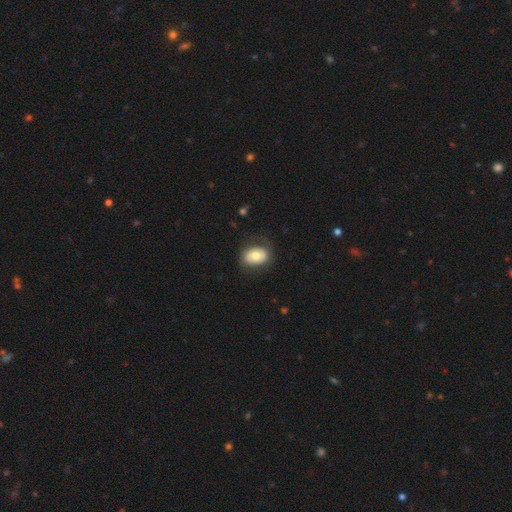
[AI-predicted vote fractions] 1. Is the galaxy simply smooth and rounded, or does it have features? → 68% smooth, 25% featured or disk, 7% star or artifact.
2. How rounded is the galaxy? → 76% in between, 22% round, 1% cigar-shaped.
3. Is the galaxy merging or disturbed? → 72% none, 18% minor disturbance, 9% major disturbance, 1% merger.